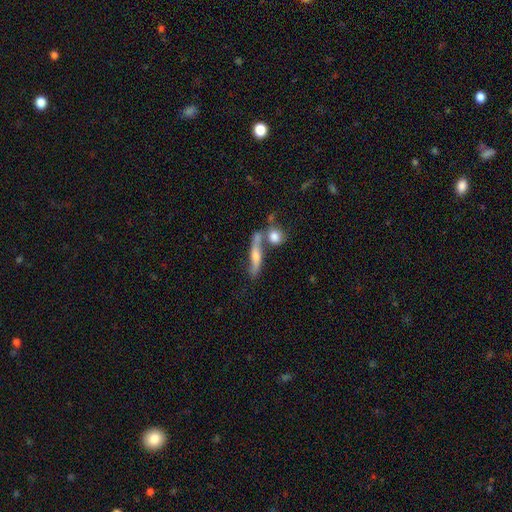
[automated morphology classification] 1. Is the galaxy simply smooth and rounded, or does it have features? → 47% featured or disk, 45% smooth, 9% star or artifact.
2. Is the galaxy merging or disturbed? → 52% none, 27% merger, 14% minor disturbance, 7% major disturbance.